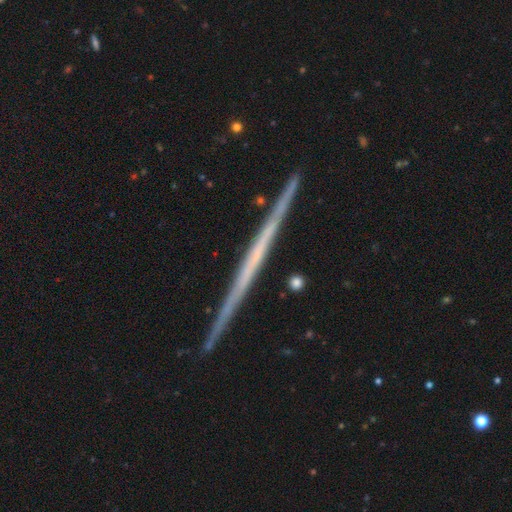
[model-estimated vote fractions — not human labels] This appears to be a featured or disk galaxy (74%) viewed edge-on (98%) with no central bulge (89%). Merging: none (90%).